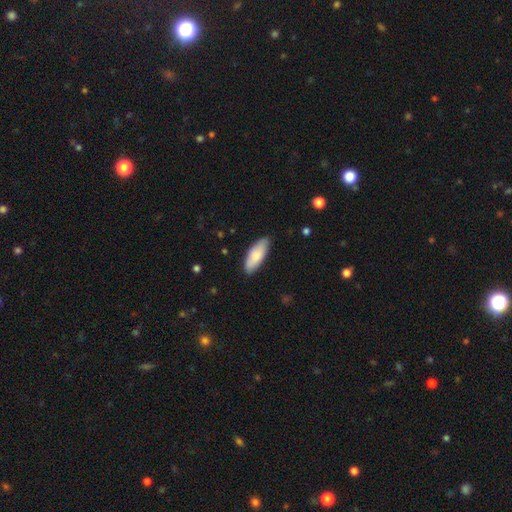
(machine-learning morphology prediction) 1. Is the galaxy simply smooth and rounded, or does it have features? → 79% smooth, 16% featured or disk, 5% star or artifact.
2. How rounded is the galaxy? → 76% in between, 22% cigar-shaped, 2% round.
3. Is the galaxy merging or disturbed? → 85% none, 12% minor disturbance, 2% major disturbance, 1% merger.